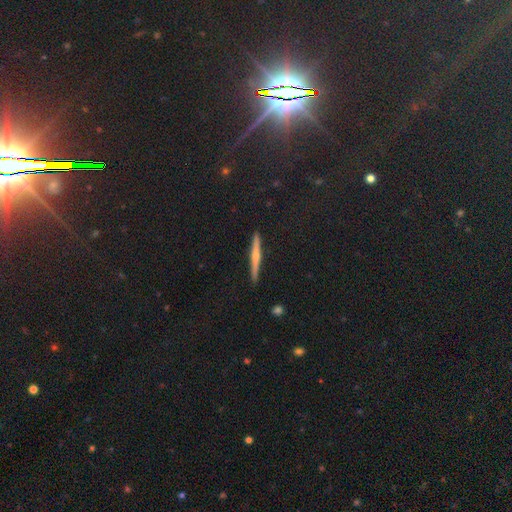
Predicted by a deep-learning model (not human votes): A featured or disk galaxy (54%) viewed edge-on (97%) with a rounded central bulge (62%). Merging: none (91%).